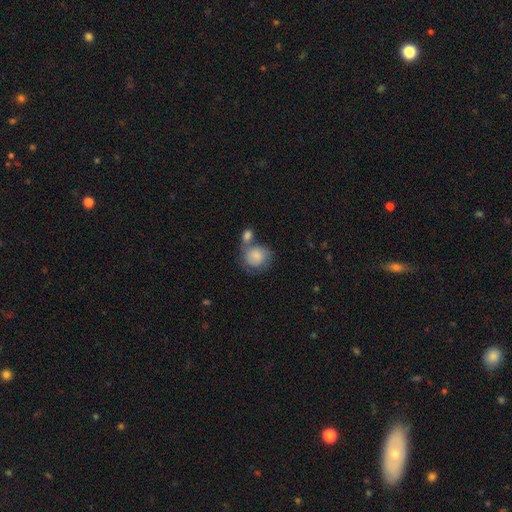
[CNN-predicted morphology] This appears to be a smooth galaxy with no disk features (75%) that is round (72%). Merging: merger (40%).